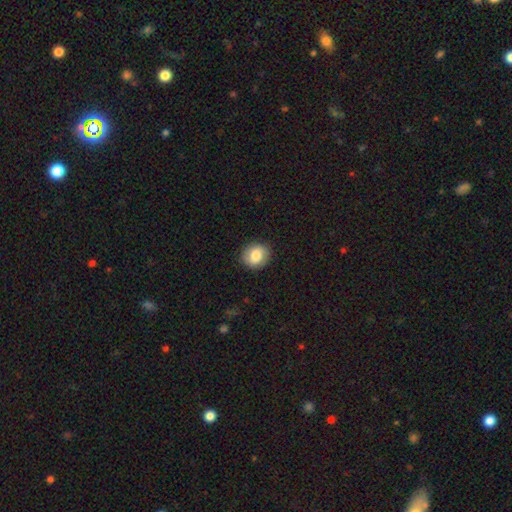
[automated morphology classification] This appears to be a smooth galaxy with no disk features (80%) that is round (71%). Merging: none (88%).